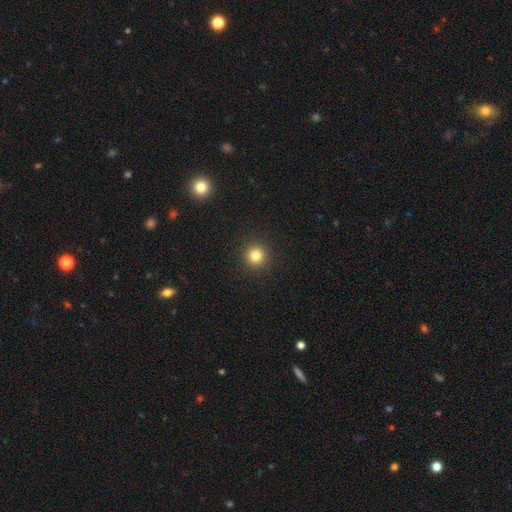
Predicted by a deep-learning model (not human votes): smooth_or_featured: smooth (p=0.82) [alt: star or artifact p=0.13]
how_rounded: round (p=0.95) [alt: in between p=0.04]
merging: none (p=0.92) [alt: minor disturbance p=0.05]